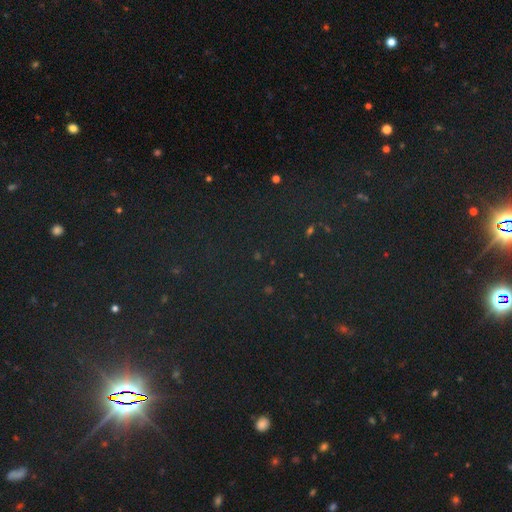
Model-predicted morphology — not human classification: Smooth or featured? star or artifact (81%)